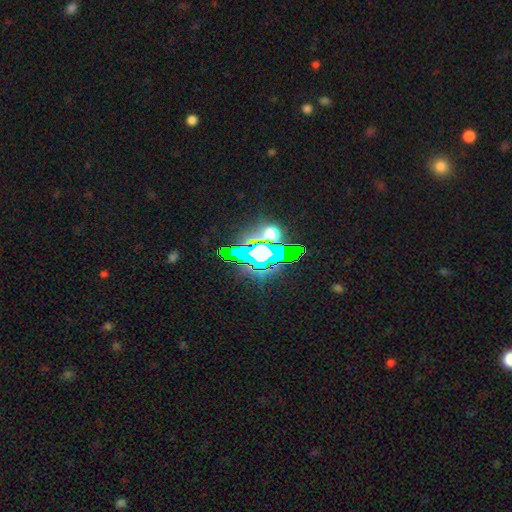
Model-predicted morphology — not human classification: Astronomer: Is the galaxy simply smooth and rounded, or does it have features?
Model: star or artifact — 76%.